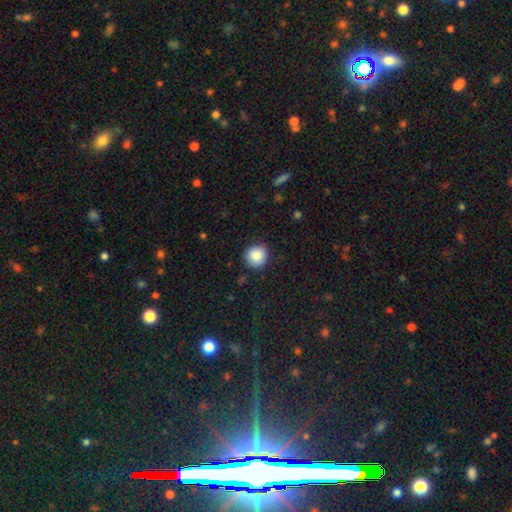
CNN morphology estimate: This is clearly a smooth galaxy (87%). How rounded: clearly round (91%). Merging: clearly none (86%).